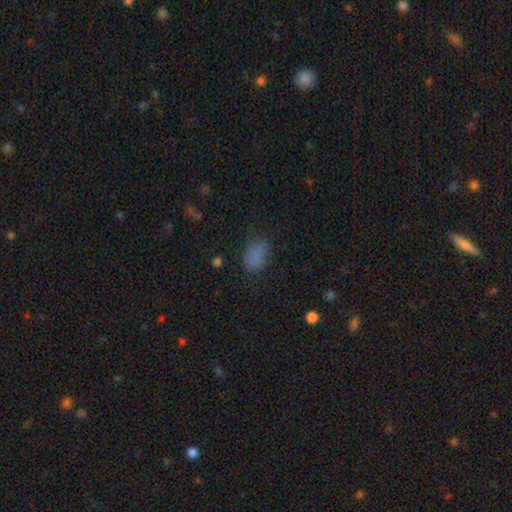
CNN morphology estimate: A smooth galaxy with no disk features (80%) that is in between round and cigar-shaped (86%).

Vote fractions:
- Smooth or featured? smooth: 80% / star or artifact: 13% / featured or disk: 7%
- How rounded? in between: 86% / round: 12% / cigar-shaped: 2%
- Merging? none: 70% / minor disturbance: 22% / major disturbance: 7% / merger: 2%